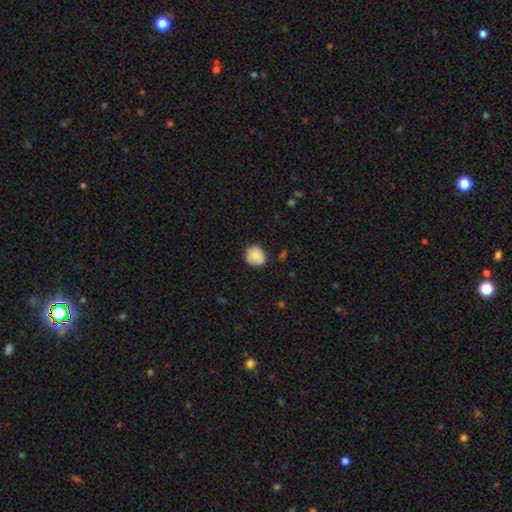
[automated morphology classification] Smooth or featured: smooth — 85% (star or artifact — 8%)
How rounded: round — 68% (in between — 31%)
Merging: none — 74% (minor disturbance — 21%)